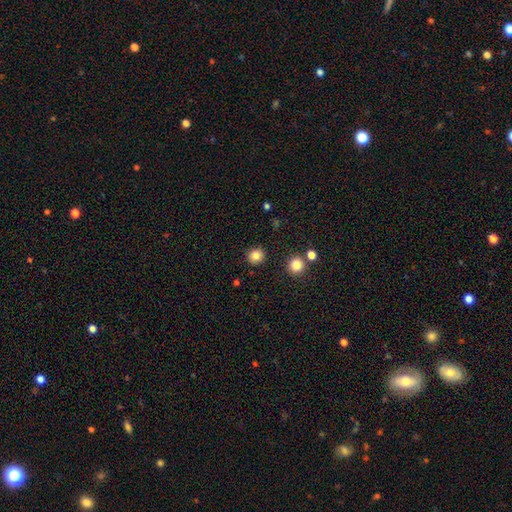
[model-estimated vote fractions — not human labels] Smooth or featured?
  - smooth: 83% *
  - star or artifact: 12%
  - featured or disk: 5%
How rounded?
  - round: 92% *
  - in between: 8%
  - cigar-shaped: 1%
Merging?
  - none: 90% *
  - minor disturbance: 6%
  - major disturbance: 2%
  - merger: 2%